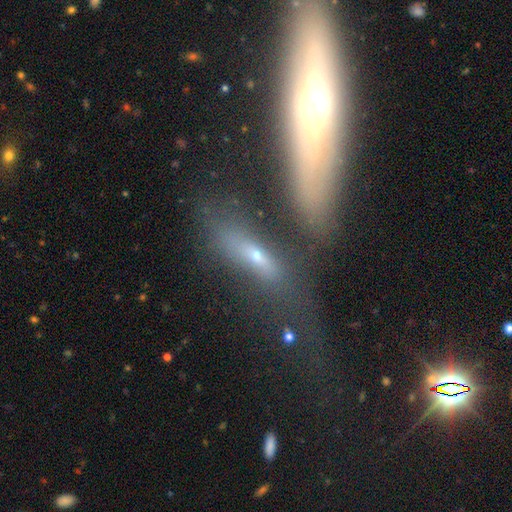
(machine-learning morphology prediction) This appears to be a smooth galaxy with no disk features (49%). Merging: none (48%).